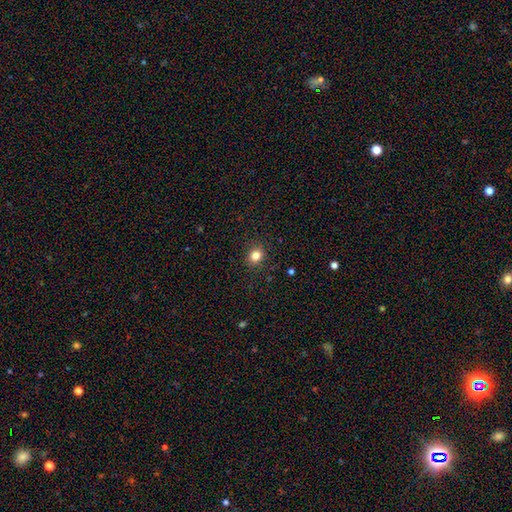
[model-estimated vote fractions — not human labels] smooth-or-featured: smooth: 82% | star or artifact: 13% | featured or disk: 6%
  how-rounded: round: 72% | in between: 27% | cigar-shaped: 1%
  merging: none: 89% | minor disturbance: 8% | major disturbance: 2% | merger: 1%